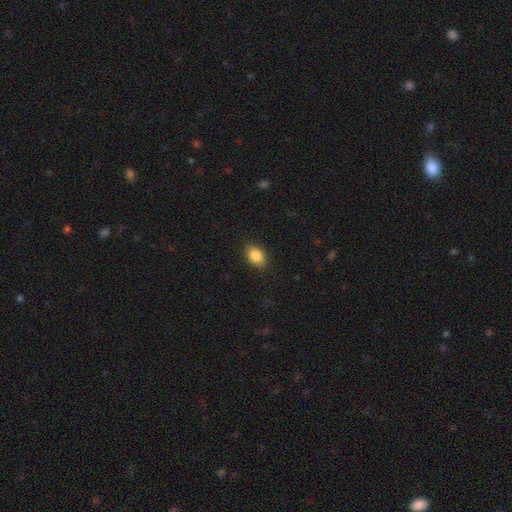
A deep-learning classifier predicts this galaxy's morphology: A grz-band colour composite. It shows a smooth galaxy with no disk features (87%) that is in between round and cigar-shaped (82%). Merging: none (87%).